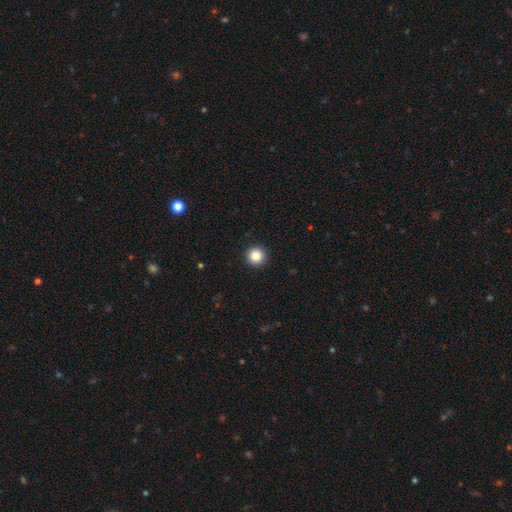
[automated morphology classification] A smooth galaxy with no disk features (86%) that is round (97%). Merging: none (94%).